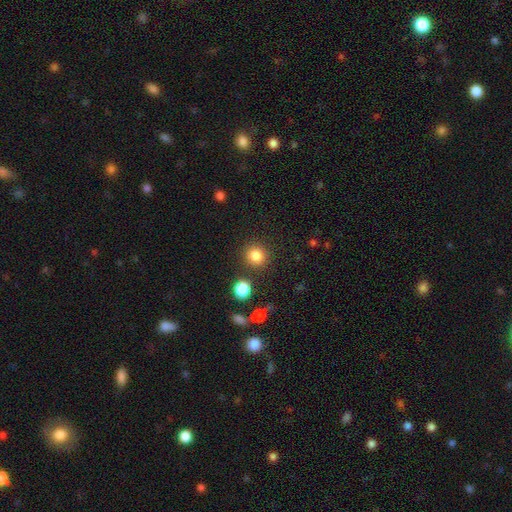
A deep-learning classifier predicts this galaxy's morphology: Smooth or featured?
  - smooth: 84% *
  - star or artifact: 12%
  - featured or disk: 4%
How rounded?
  - round: 90% *
  - in between: 9%
  - cigar-shaped: 1%
Merging?
  - none: 87% *
  - minor disturbance: 7%
  - merger: 4%
  - major disturbance: 3%